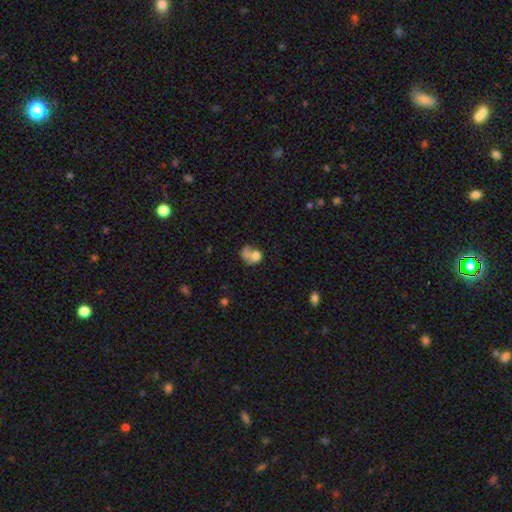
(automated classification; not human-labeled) smooth 64%, featured or disk 24%, star or artifact 11%. Down the decision tree: how rounded — round (52%); merging — merger (49%).